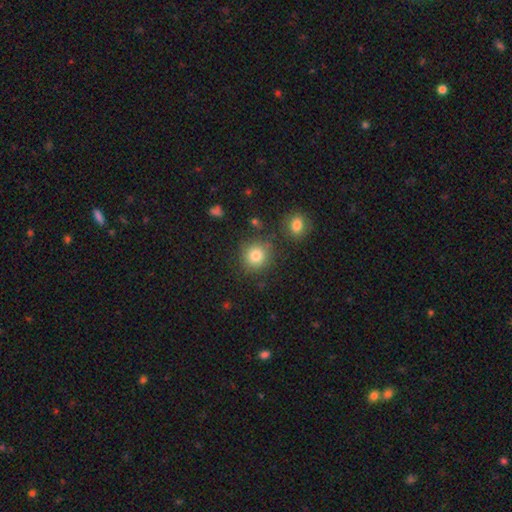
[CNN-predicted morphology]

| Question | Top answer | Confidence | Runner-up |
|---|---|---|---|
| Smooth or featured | smooth | 82% | star or artifact (11%) |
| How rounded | round | 90% | in between (9%) |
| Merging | none | 80% | minor disturbance (10%) |